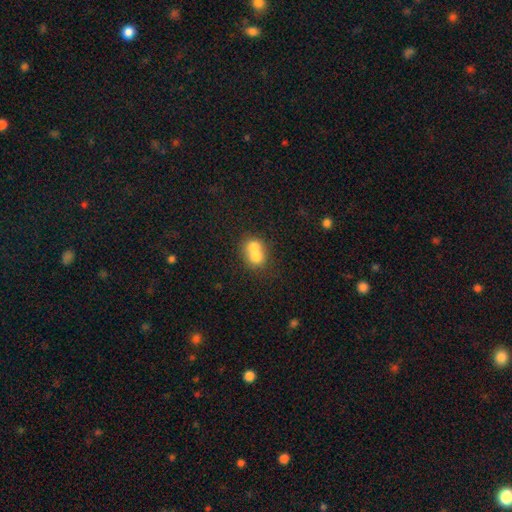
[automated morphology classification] Q: Smooth or featured?
A: smooth (70%); runner-up: featured or disk (21%)
Q: How rounded?
A: round (72%); runner-up: in between (27%)
Q: Merging?
A: merger (71%); runner-up: none (22%)